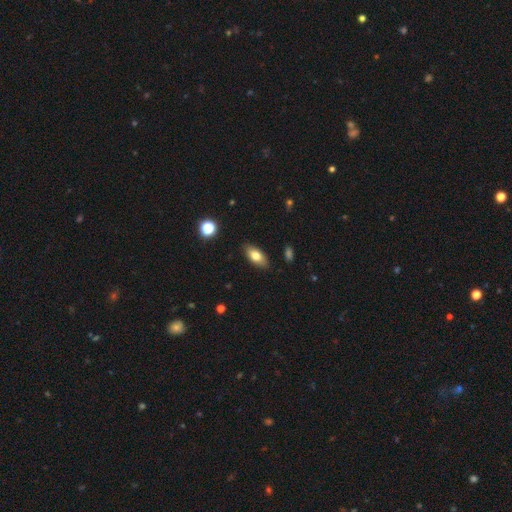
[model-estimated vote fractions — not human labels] Morphology: type=smooth (76%); roundness=in between (87%); merging=none (86%).